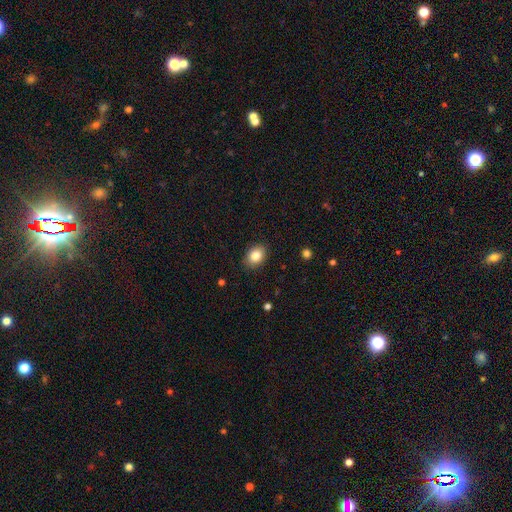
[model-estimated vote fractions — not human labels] Smooth or featured: smooth — 83% (star or artifact — 9%)
How rounded: in between — 67% (round — 32%)
Merging: none — 88% (minor disturbance — 9%)